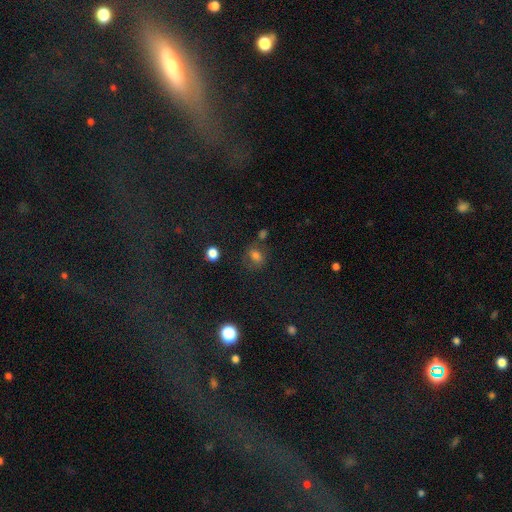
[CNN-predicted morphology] Smooth or featured?
  - smooth: 71% *
  - star or artifact: 18%
  - featured or disk: 11%
How rounded?
  - in between: 50% *
  - round: 49%
  - cigar-shaped: 2%
Merging?
  - none: 63% *
  - minor disturbance: 19%
  - major disturbance: 10%
  - merger: 8%